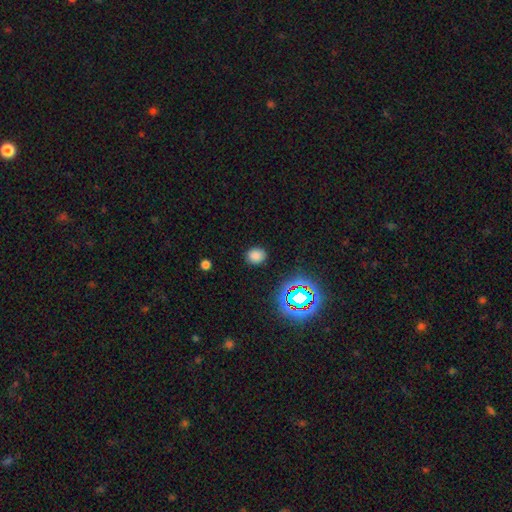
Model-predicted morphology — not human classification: Smooth or featured: smooth — 76% (star or artifact — 18%)
How rounded: round — 66% (in between — 33%)
Merging: none — 87% (minor disturbance — 9%)